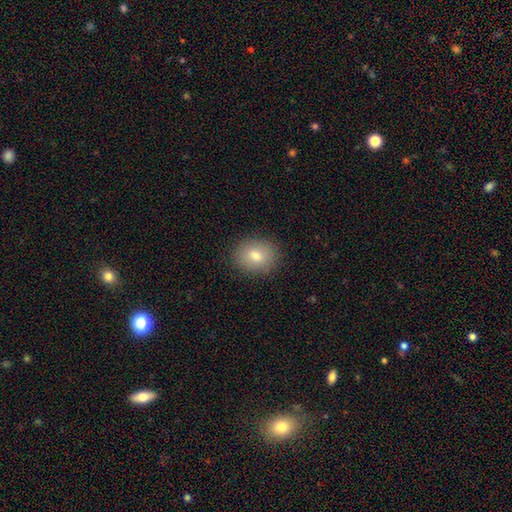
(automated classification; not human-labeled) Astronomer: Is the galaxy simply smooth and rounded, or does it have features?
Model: smooth — 77%.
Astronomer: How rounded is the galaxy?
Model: round — 56% (runner-up: in between, 43%).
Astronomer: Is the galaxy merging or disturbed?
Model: none — 89%.